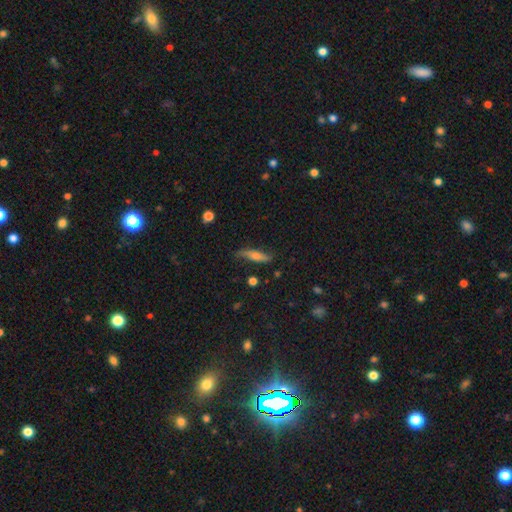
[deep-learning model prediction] This appears to be a featured or disk galaxy (47%). Merging: none (73%).